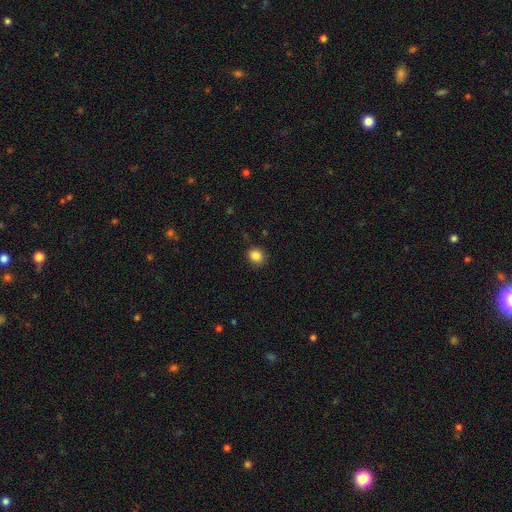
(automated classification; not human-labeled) A smooth galaxy with no disk features (85%) that is round (78%).

Vote fractions:
- Smooth or featured? smooth: 85% / star or artifact: 10% / featured or disk: 4%
- How rounded? round: 78% / in between: 21% / cigar-shaped: 1%
- Merging? none: 88% / minor disturbance: 8% / major disturbance: 2% / merger: 1%